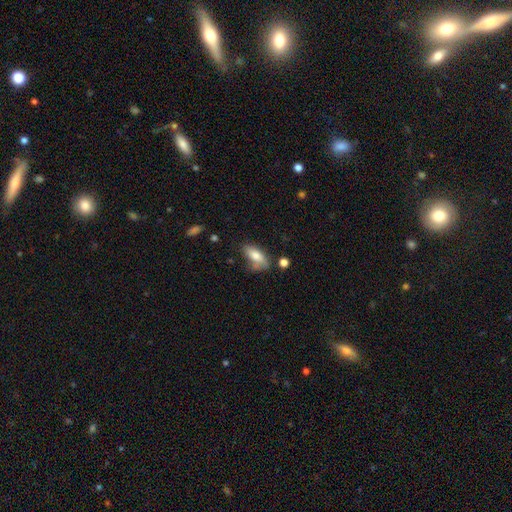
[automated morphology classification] A smooth galaxy with no disk features (77%) that is in between round and cigar-shaped (83%). Merging: none (54%).